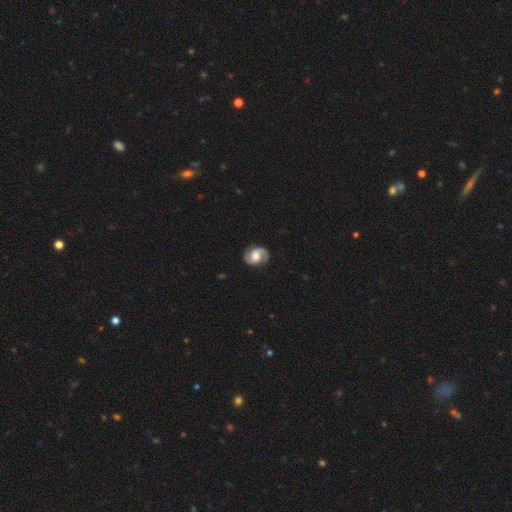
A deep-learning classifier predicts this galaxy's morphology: Q: Smooth or featured?
A: featured or disk (79%); runner-up: smooth (14%)
Q: Edge-on disk?
A: no (98%); runner-up: yes (2%)
Q: Bar?
A: no (46%); runner-up: weak (43%)
Q: Spiral arms?
A: yes (96%); runner-up: no (4%)
Q: Spiral winding?
A: medium (51%); runner-up: loose (26%)
Q: Spiral arm count?
A: 2 (92%); runner-up: can't tell (3%)
Q: Bulge size?
A: moderate (53%); runner-up: large (26%)
Q: Merging?
A: none (84%); runner-up: minor disturbance (11%)